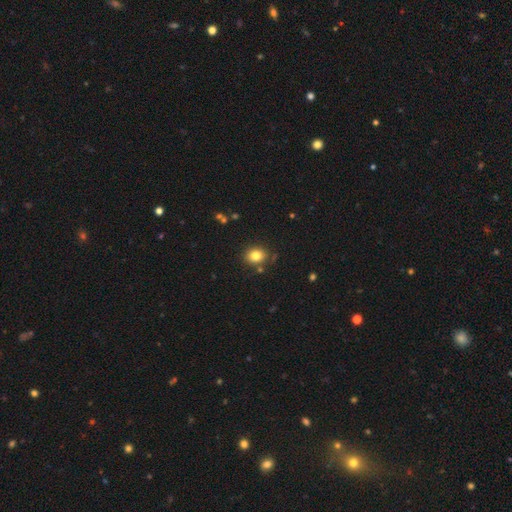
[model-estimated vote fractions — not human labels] Smooth or featured: smooth — 80% (star or artifact — 12%)
How rounded: round — 61% (in between — 38%)
Merging: none — 83% (minor disturbance — 11%)